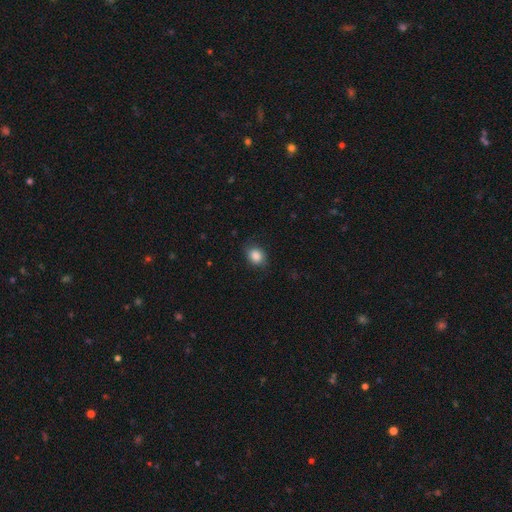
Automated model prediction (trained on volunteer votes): This appears to be a smooth galaxy with no disk features (86%) that is round (55%). Merging: none (78%).